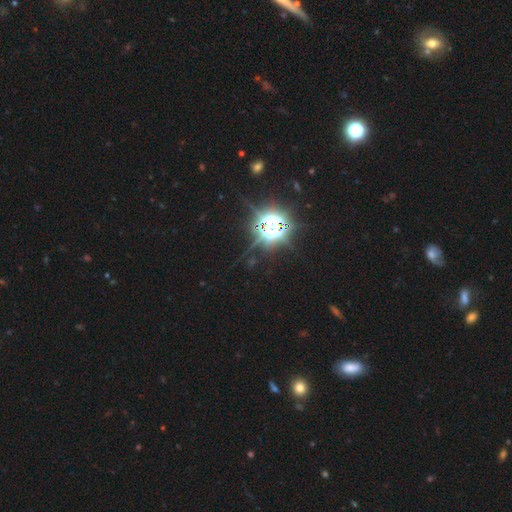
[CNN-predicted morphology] Overall: star or artifact (80%).